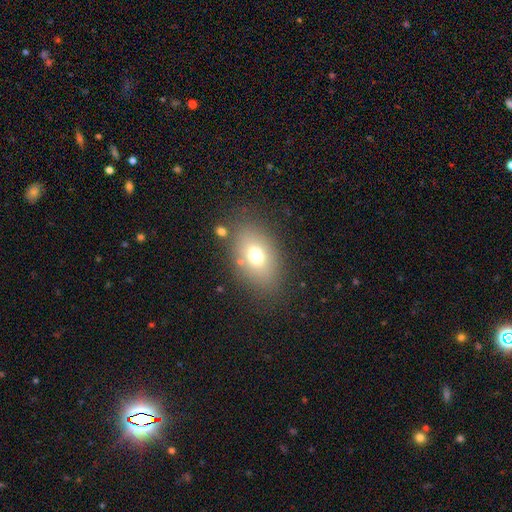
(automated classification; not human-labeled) Morphology: type=smooth (69%); roundness=in between (77%); merging=none (78%).